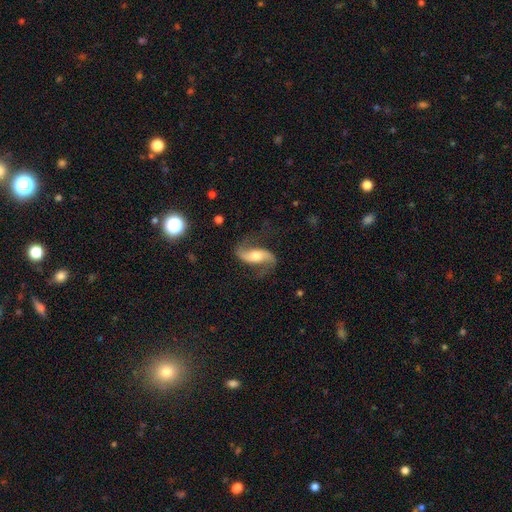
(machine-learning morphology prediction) Smooth or featured: featured or disk — 84% (smooth — 10%)
Edge-on disk: no — 94% (yes — 6%)
Bar: no — 38% (weak — 33%)
Spiral arms: yes — 96% (no — 4%)
Spiral winding: loose — 73% (medium — 21%)
Spiral arm count: 2 — 93% (1 — 2%)
Bulge size: moderate — 56% (small — 24%)
Merging: none — 73% (minor disturbance — 15%)